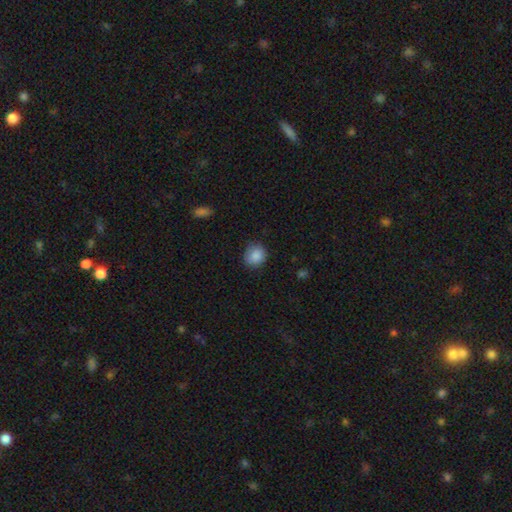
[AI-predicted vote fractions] The model was most divided on "how rounded": round: 78%, in between: 21%, cigar-shaped: 1%. More confident: smooth or featured — smooth (87%); merging — none (79%).